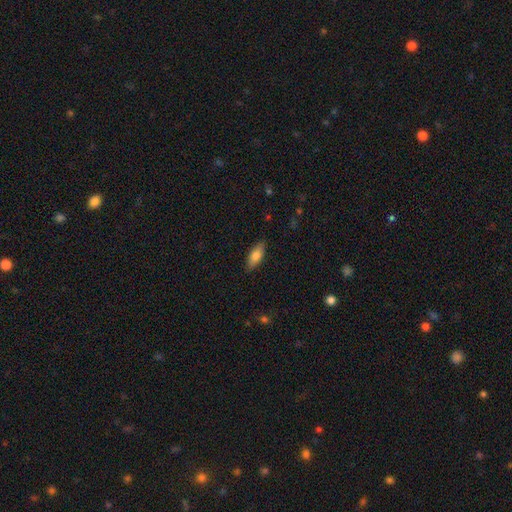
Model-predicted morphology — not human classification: Overall: smooth (76%). How rounded: in between (75%). Merging: none (87%).